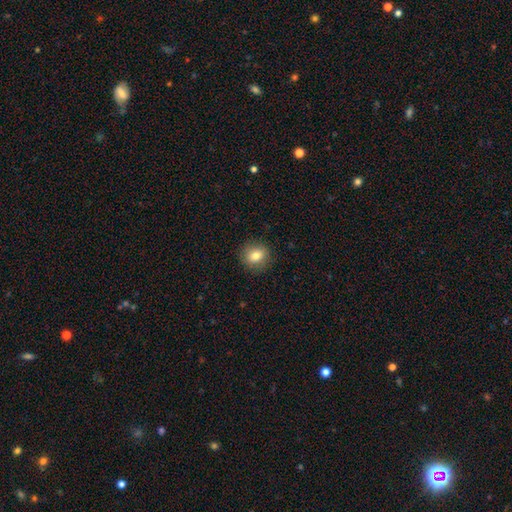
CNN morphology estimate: Smooth or featured? smooth (81%)
How rounded? round (79%)
Merging? none (88%)